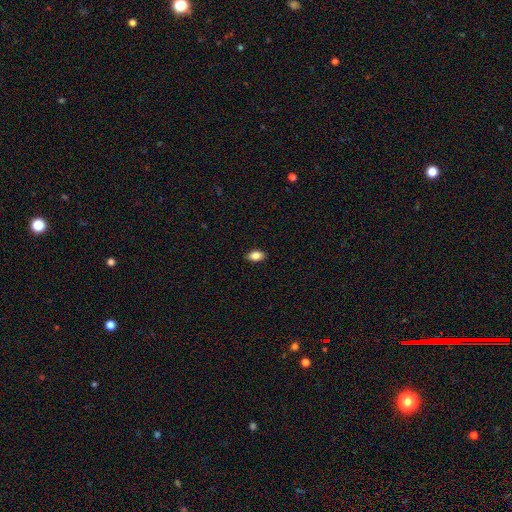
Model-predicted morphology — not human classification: Q: Smooth or featured?
A: smooth (85%); runner-up: star or artifact (8%)
Q: How rounded?
A: in between (88%); runner-up: round (9%)
Q: Merging?
A: none (88%); runner-up: minor disturbance (9%)